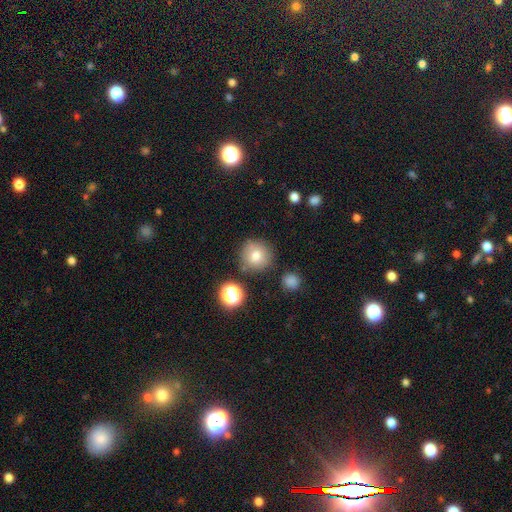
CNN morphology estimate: smooth-or-featured: smooth: 75% | star or artifact: 14% | featured or disk: 11%
  how-rounded: round: 94% | in between: 5% | cigar-shaped: 1%
  merging: none: 81% | minor disturbance: 10% | merger: 6% | major disturbance: 3%